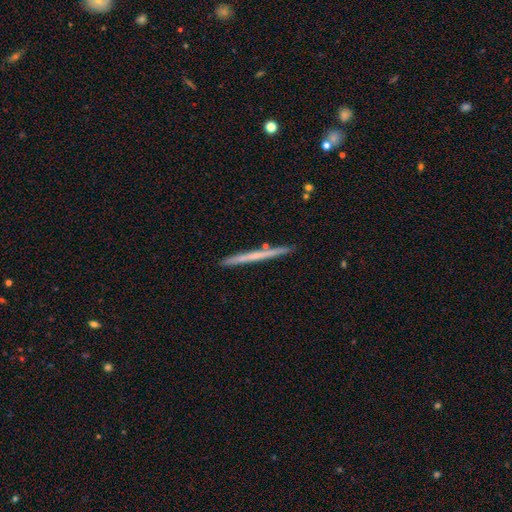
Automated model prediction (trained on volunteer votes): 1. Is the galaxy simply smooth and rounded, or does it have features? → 51% featured or disk, 43% smooth, 6% star or artifact.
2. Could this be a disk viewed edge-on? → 97% yes, 3% no.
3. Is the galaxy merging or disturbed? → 91% none, 6% minor disturbance, 2% merger, 1% major disturbance.